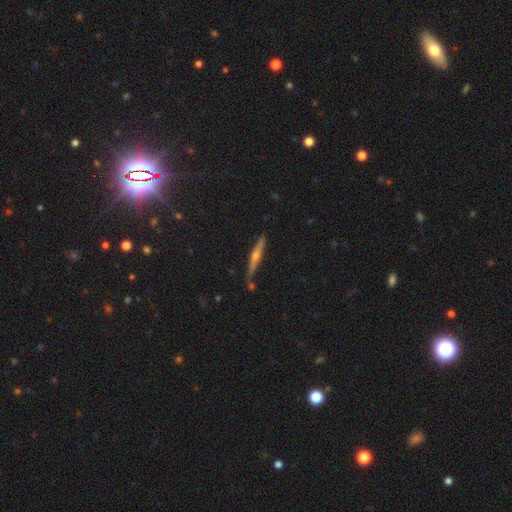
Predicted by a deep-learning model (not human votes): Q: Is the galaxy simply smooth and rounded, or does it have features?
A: featured or disk — 73%.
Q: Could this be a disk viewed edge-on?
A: yes — 97%.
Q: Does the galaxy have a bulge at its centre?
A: rounded — 88%.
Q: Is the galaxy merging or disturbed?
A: none — 83%.